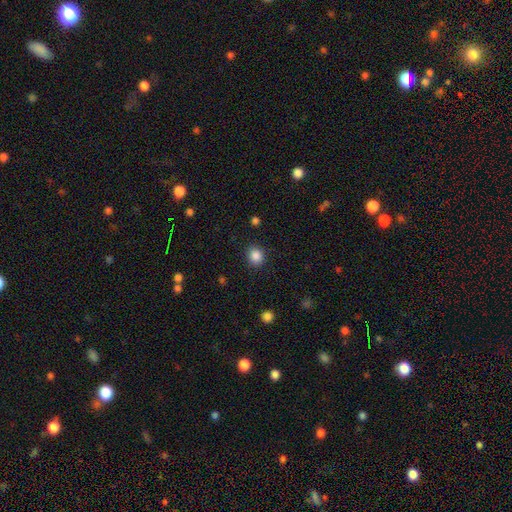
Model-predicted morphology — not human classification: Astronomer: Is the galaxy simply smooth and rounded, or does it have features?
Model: smooth — 86%.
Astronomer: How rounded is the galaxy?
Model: round — 78%.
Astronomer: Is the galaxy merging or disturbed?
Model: none — 88%.